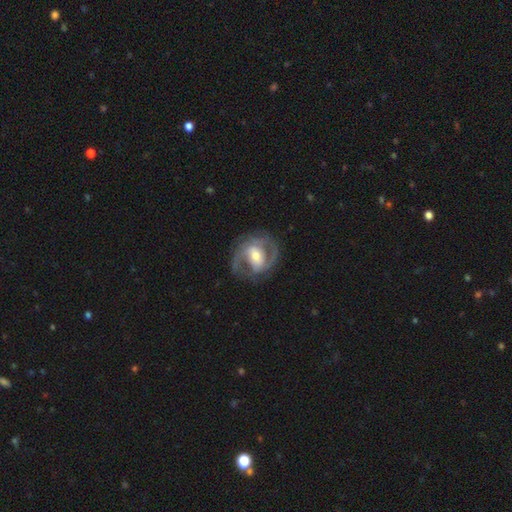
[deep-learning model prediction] Morphology: type=featured or disk (85%); edge-on=no (97%); bar=weak (42%); spiral arms=yes (93%); winding=medium (53%); arm count=2 (82%); bulge=moderate (61%); merging=none (75%).